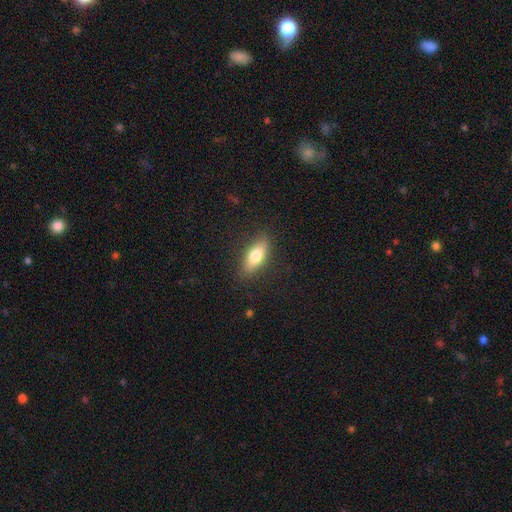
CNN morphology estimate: Smooth or featured? Predicted: smooth (p=0.71). How rounded? Predicted: in between (p=0.67). Merging? Predicted: none (p=0.86).